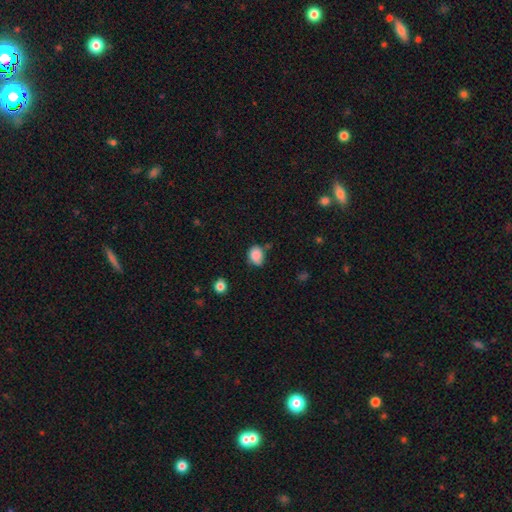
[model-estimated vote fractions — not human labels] smooth-or-featured: smooth: 84% | star or artifact: 9% | featured or disk: 7%
  how-rounded: in between: 53% | round: 46% | cigar-shaped: 1%
  merging: none: 52% | minor disturbance: 34% | major disturbance: 8% | merger: 6%